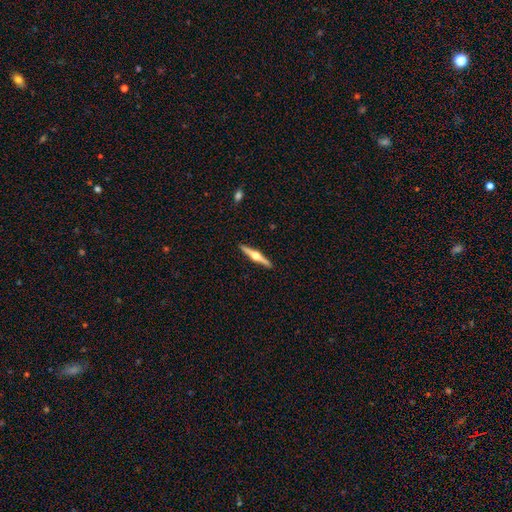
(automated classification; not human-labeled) featured or disk 77%, smooth 18%, star or artifact 5%. Down the decision tree: edge-on disk — yes (98%); edge-on bulge — rounded (96%); merging — none (92%).